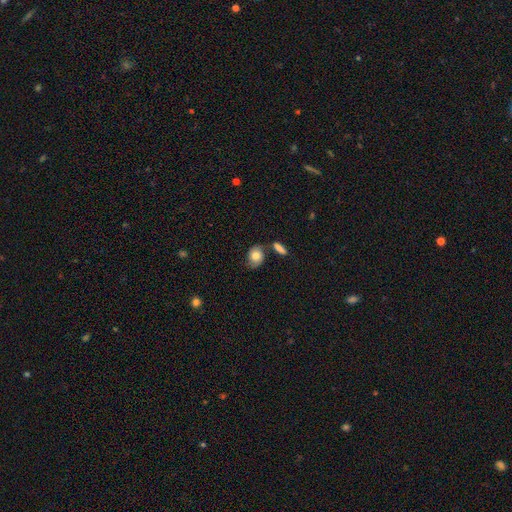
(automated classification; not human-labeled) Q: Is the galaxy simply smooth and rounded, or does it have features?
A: smooth — 70%.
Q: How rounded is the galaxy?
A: in between — 56%.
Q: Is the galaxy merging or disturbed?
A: none — 60%.